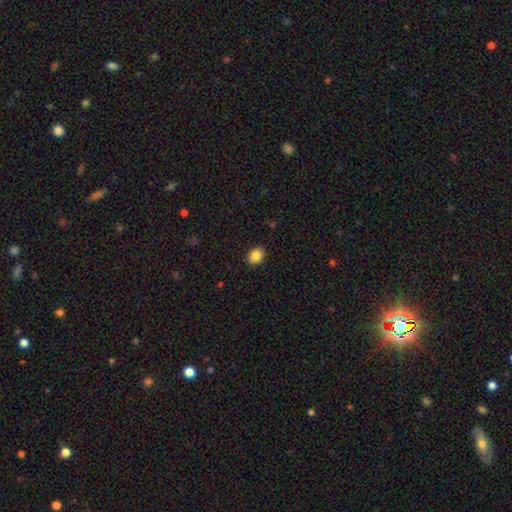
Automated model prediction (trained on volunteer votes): A smooth galaxy with no disk features (86%) that is in between round and cigar-shaped (60%).

Vote fractions:
- Smooth or featured? smooth: 86% / star or artifact: 9% / featured or disk: 6%
- How rounded? in between: 60% / round: 39% / cigar-shaped: 1%
- Merging? none: 89% / minor disturbance: 8% / major disturbance: 2% / merger: 1%